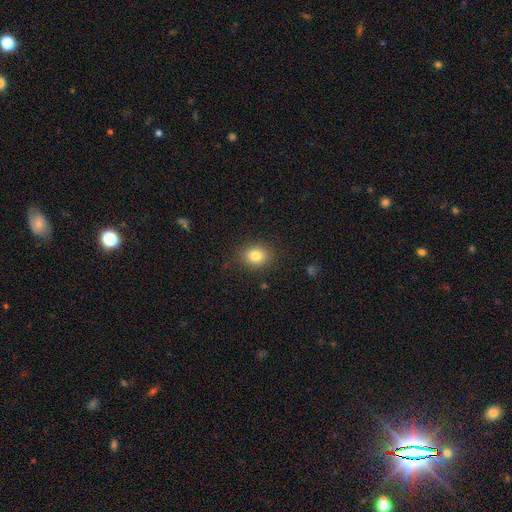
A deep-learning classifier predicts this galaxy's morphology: This appears to be a smooth galaxy with no disk features (81%) that is round (62%). Merging: none (87%).